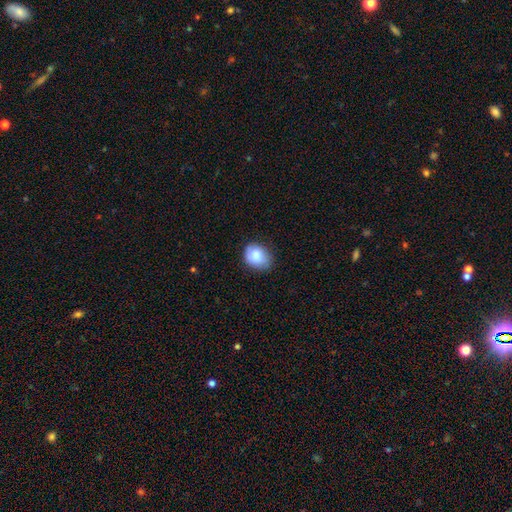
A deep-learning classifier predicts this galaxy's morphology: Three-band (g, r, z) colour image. It shows a smooth galaxy with no disk features (83%) that is in between round and cigar-shaped (53%). Merging: none (70%).